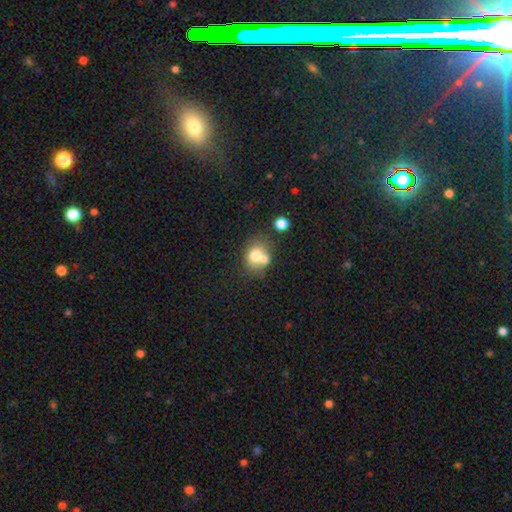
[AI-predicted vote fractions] Smooth or featured: smooth — 69% (featured or disk — 20%)
How rounded: round — 56% (in between — 43%)
Merging: merger — 45% (none — 39%)